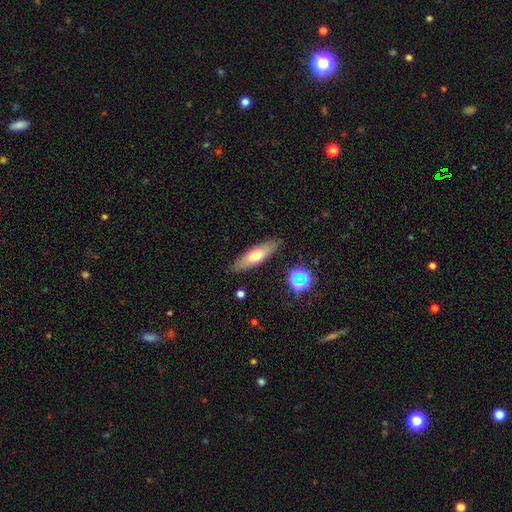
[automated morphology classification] This is likely a smooth galaxy (61%). How rounded: possibly cigar-shaped (51%). Merging: clearly none (86%).